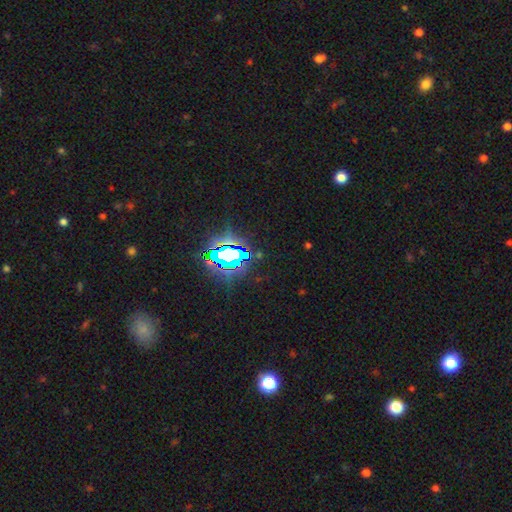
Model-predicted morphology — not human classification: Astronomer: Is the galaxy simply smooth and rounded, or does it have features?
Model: star or artifact — 77%.